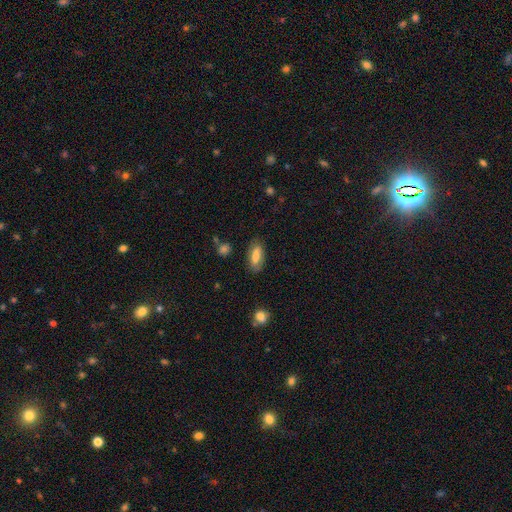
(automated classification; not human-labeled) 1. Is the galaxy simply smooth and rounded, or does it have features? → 74% smooth, 19% featured or disk, 7% star or artifact.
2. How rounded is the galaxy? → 78% in between, 20% cigar-shaped, 3% round.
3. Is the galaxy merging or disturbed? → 79% none, 15% minor disturbance, 4% major disturbance, 2% merger.